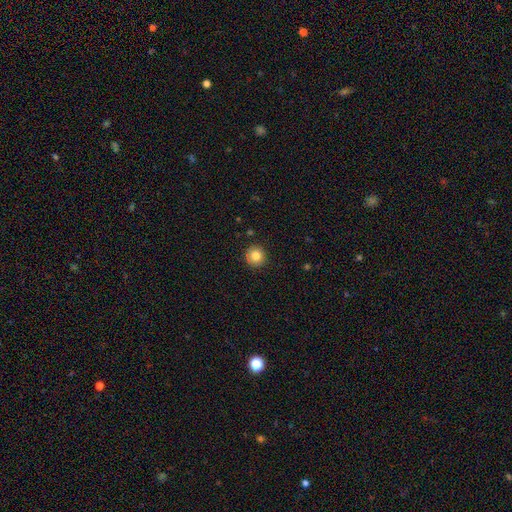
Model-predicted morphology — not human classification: type=smooth (84%); roundness=round (93%); merging=none (89%).